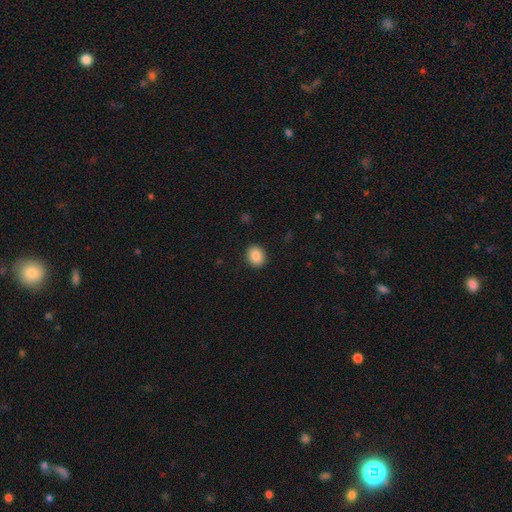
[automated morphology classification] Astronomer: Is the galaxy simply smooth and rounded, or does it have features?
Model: smooth — 88%.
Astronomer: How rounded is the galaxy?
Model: round — 53% (runner-up: in between, 46%).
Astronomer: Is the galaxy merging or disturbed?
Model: none — 90%.